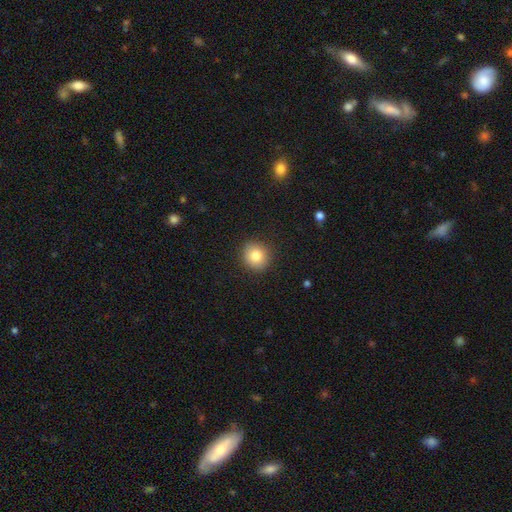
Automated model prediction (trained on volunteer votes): This is clearly a smooth galaxy (82%). How rounded: clearly round (87%). Merging: clearly none (91%).